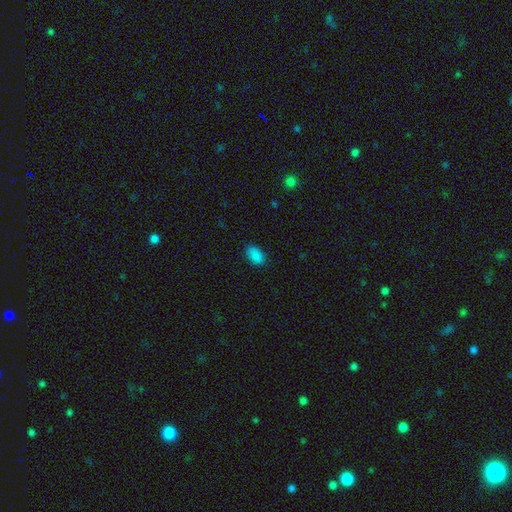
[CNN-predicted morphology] Smooth or featured?
  - smooth: 87% *
  - star or artifact: 9%
  - featured or disk: 4%
How rounded?
  - in between: 90% *
  - round: 8%
  - cigar-shaped: 1%
Merging?
  - none: 84% *
  - minor disturbance: 13%
  - major disturbance: 3%
  - merger: 1%